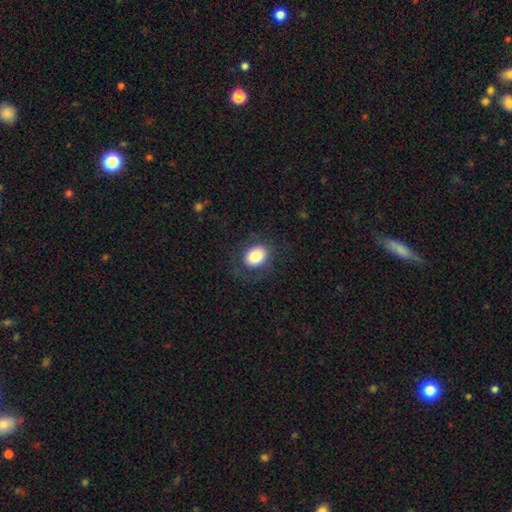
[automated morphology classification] The model was most divided on "how rounded": in between: 54%, round: 45%, cigar-shaped: 1%. More confident: merging — none (80%); smooth or featured — smooth (79%).